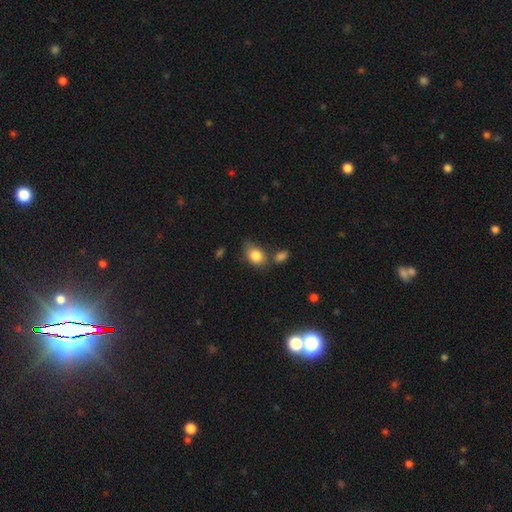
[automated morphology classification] Overall: smooth (83%). How rounded: in between (76%). Merging: none (50%; minor disturbance 26%).